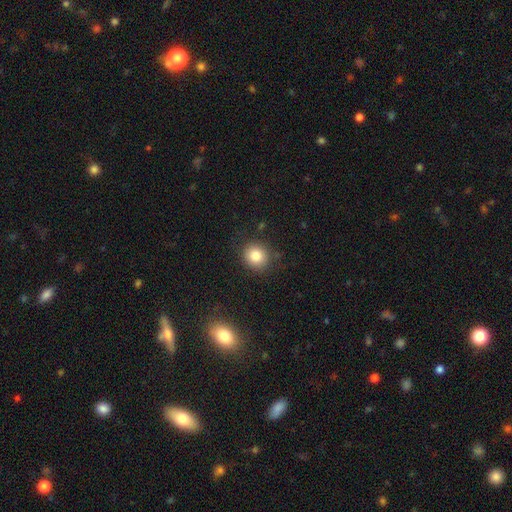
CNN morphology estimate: A smooth galaxy with no disk features (82%) that is round (85%). Merging: none (87%).